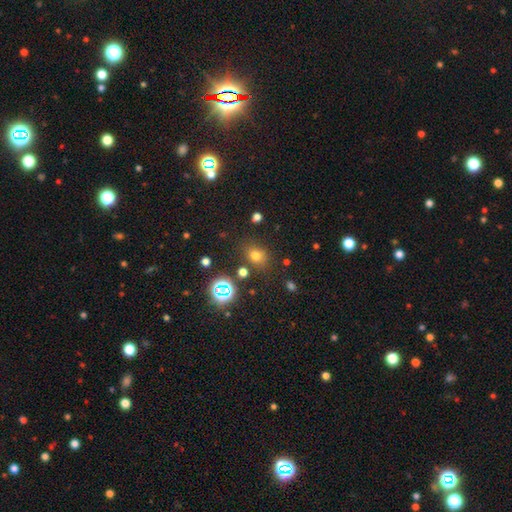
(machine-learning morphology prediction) Smooth or featured? smooth (67%)
How rounded? round (52%)
Merging? none (76%)